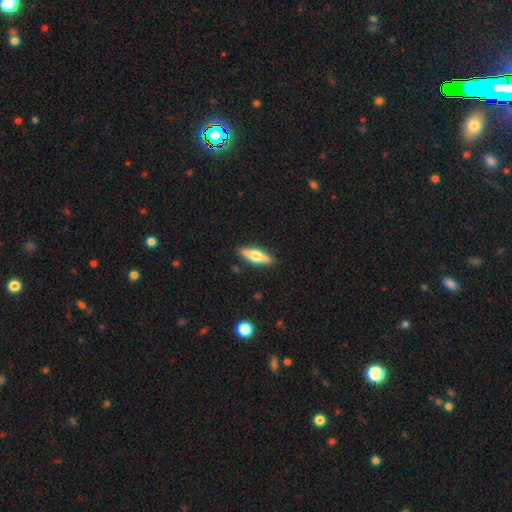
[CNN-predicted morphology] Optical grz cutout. It shows a featured or disk galaxy (52%) viewed edge-on (95%). Merging: none (89%).